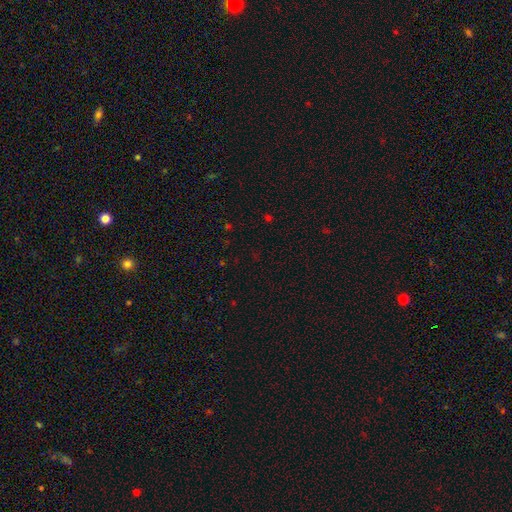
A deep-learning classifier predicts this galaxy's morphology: Q: Smooth or featured?
A: star or artifact (65%); runner-up: smooth (28%)